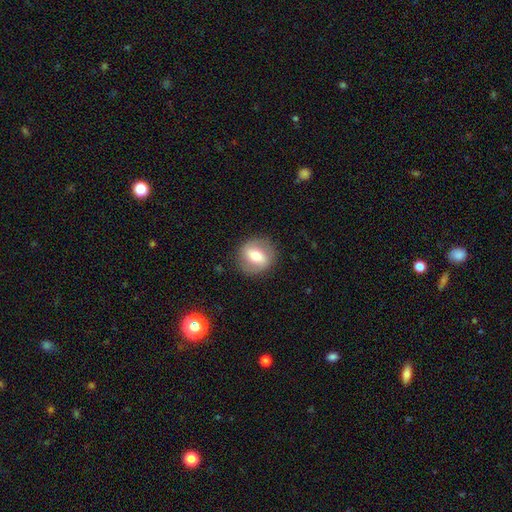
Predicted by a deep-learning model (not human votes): A smooth galaxy with no disk features (51%) that is round (77%).

Vote fractions:
- Smooth or featured? smooth: 51% / featured or disk: 42% / star or artifact: 7%
- How rounded? round: 77% / in between: 22% / cigar-shaped: 2%
- Merging? none: 84% / minor disturbance: 10% / major disturbance: 4% / merger: 1%